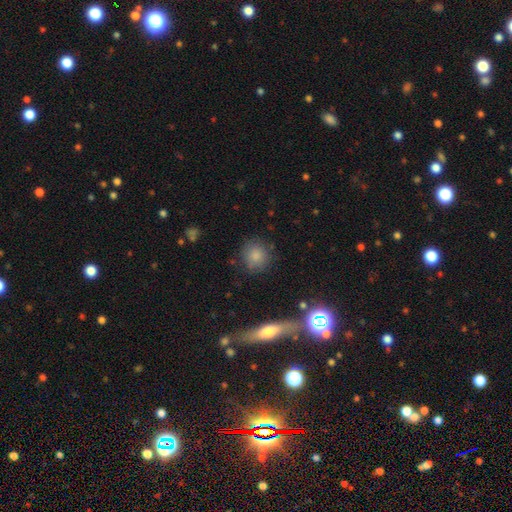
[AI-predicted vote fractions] smooth_or_featured: smooth (p=0.82) [alt: star or artifact p=0.11]
how_rounded: round (p=0.88) [alt: in between p=0.11]
merging: none (p=0.82) [alt: minor disturbance p=0.12]